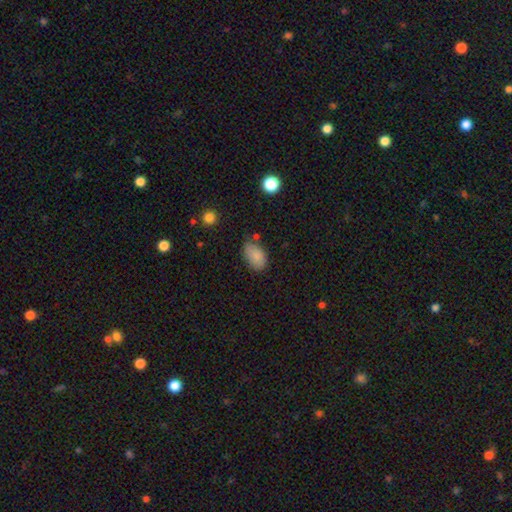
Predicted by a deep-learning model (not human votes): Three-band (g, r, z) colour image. It shows a smooth galaxy with no disk features (86%) that is in between round and cigar-shaped (91%). Merging: none (68%).